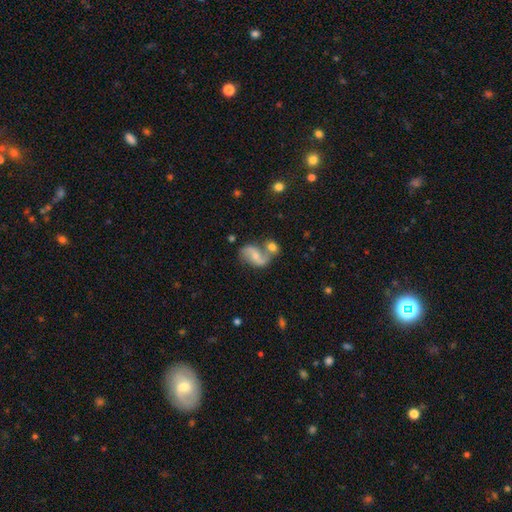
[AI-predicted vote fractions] smooth_or_featured: featured or disk (p=0.74) [alt: smooth p=0.19]
disk_edge_on: no (p=0.97) [alt: yes p=0.03]
bar: no (p=0.43) [alt: weak p=0.40]
has_spiral_arms: yes (p=0.92) [alt: no p=0.08]
spiral_winding: loose (p=0.65) [alt: medium p=0.29]
spiral_arm_count: 2 (p=0.91) [alt: can't tell p=0.03]
bulge_size: small (p=0.50) [alt: moderate p=0.36]
merging: none (p=0.45) [alt: merger p=0.34]